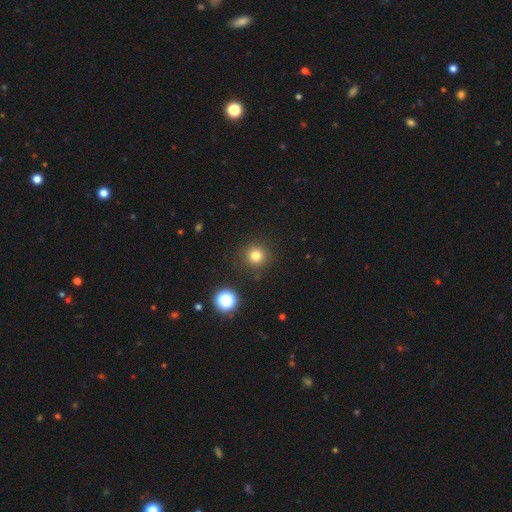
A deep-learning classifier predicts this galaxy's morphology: smooth_or_featured: smooth (p=0.79) [alt: star or artifact p=0.15]
how_rounded: round (p=0.94) [alt: in between p=0.05]
merging: none (p=0.89) [alt: minor disturbance p=0.06]